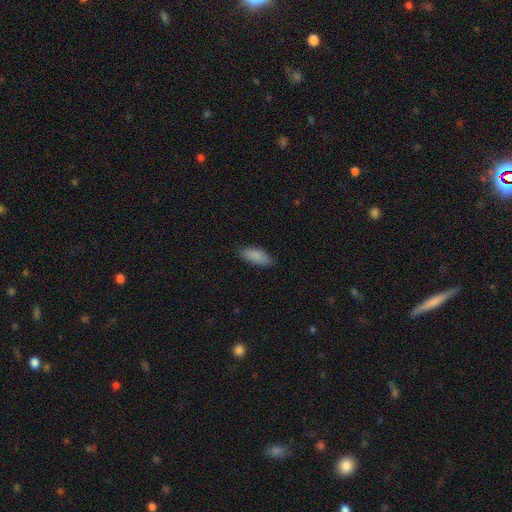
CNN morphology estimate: The model was most divided on "how rounded": in between: 82%, cigar-shaped: 17%, round: 2%. More confident: smooth or featured — smooth (88%); merging — none (81%).